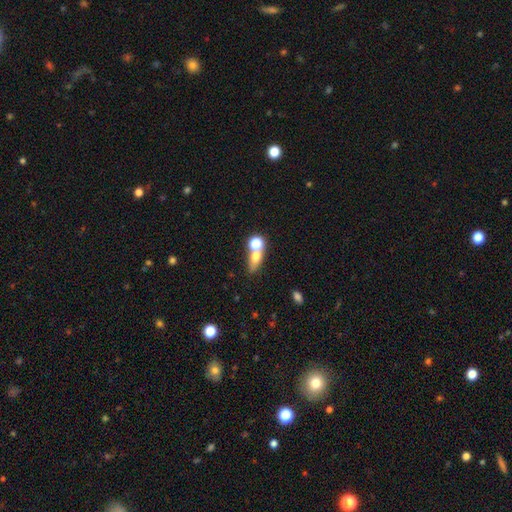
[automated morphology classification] Overall: smooth (64%). How rounded: in between (47%; round 35%). Merging: merger (43%; none 40%).